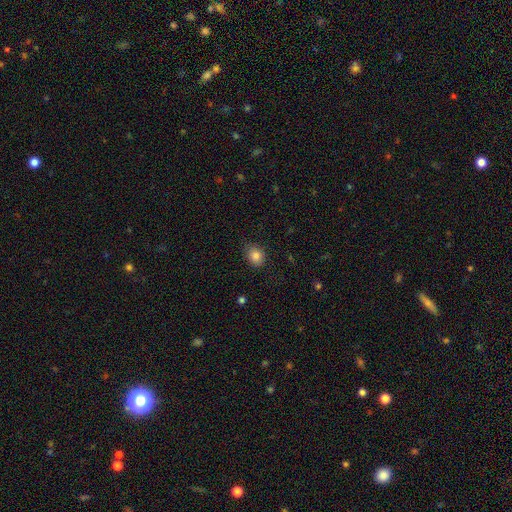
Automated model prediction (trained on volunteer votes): Smooth or featured?
  - smooth: 84% *
  - star or artifact: 10%
  - featured or disk: 6%
How rounded?
  - round: 52% *
  - in between: 47%
  - cigar-shaped: 1%
Merging?
  - none: 79% *
  - minor disturbance: 17%
  - major disturbance: 3%
  - merger: 1%